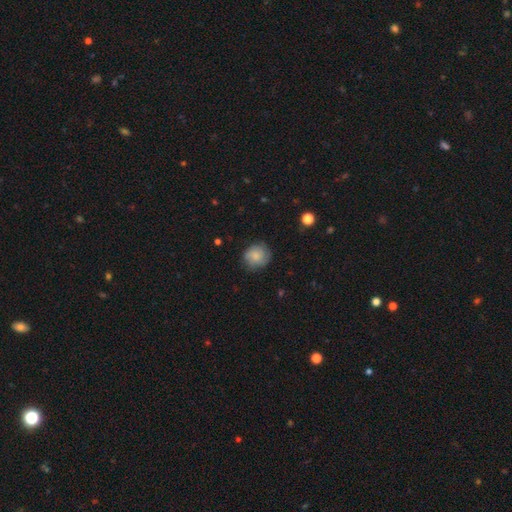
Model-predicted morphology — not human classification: This is likely a smooth galaxy (71%). How rounded: clearly round (83%). Merging: likely none (78%).